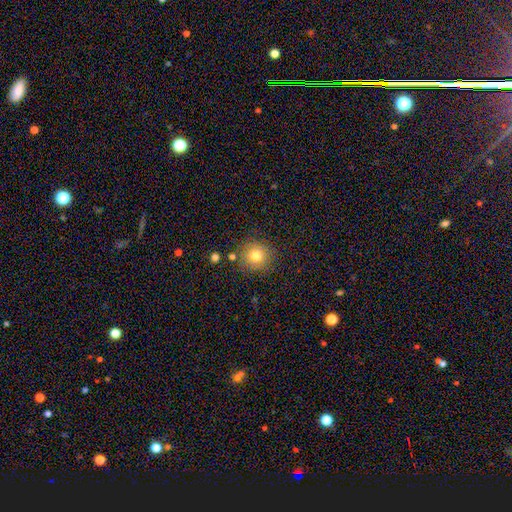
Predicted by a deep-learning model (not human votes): This appears to be a smooth galaxy with no disk features (78%) that is round (91%). Merging: none (84%).